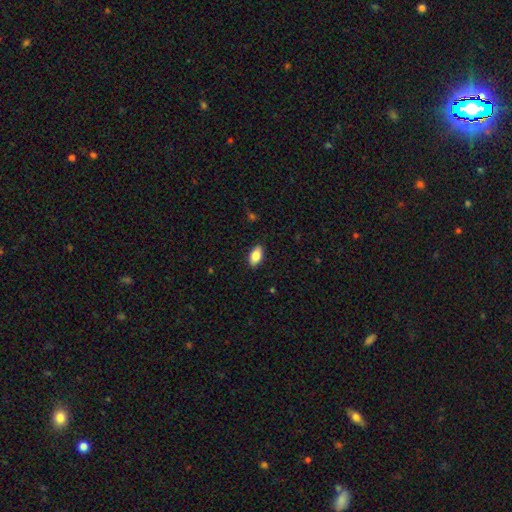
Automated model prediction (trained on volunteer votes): A smooth galaxy with no disk features (84%) that is in between round and cigar-shaped (92%).

Vote fractions:
- Smooth or featured? smooth: 84% / featured or disk: 9% / star or artifact: 7%
- How rounded? in between: 92% / round: 5% / cigar-shaped: 4%
- Merging? none: 87% / minor disturbance: 10% / major disturbance: 2% / merger: 1%